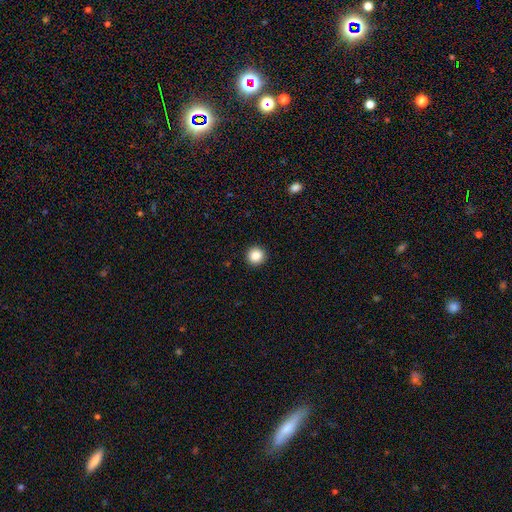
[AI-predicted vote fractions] Smooth or featured?
  - smooth: 86% *
  - star or artifact: 10%
  - featured or disk: 4%
How rounded?
  - round: 95% *
  - in between: 4%
  - cigar-shaped: 1%
Merging?
  - none: 93% *
  - minor disturbance: 4%
  - major disturbance: 1%
  - merger: 1%